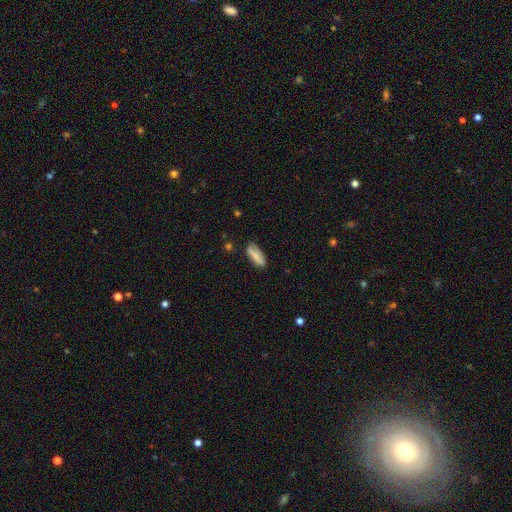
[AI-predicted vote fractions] smooth-or-featured: smooth: 78% | featured or disk: 15% | star or artifact: 7%
  how-rounded: in between: 61% | cigar-shaped: 37% | round: 2%
  merging: none: 80% | minor disturbance: 15% | major disturbance: 3% | merger: 2%